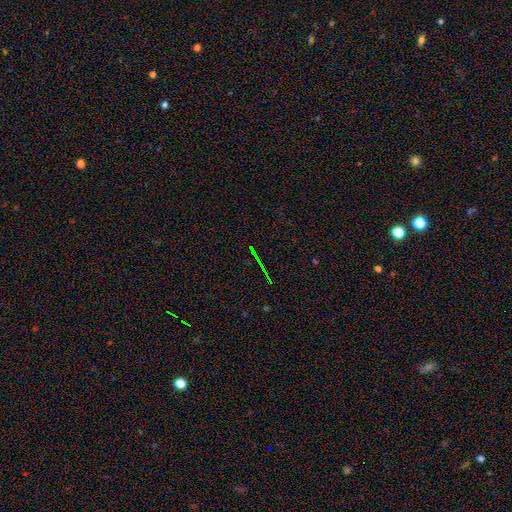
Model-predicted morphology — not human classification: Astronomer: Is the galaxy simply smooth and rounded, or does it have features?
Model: star or artifact — 76%.